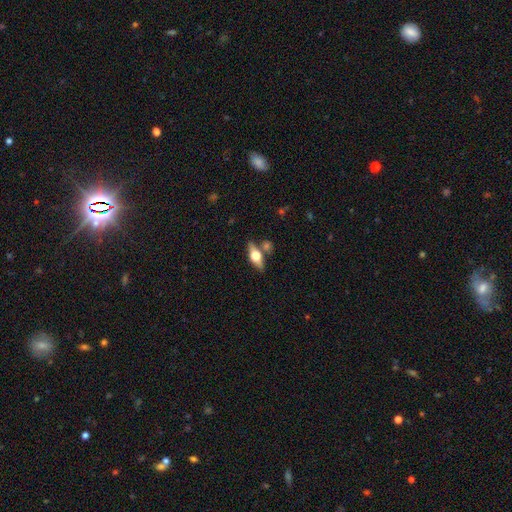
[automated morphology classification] Overall: featured or disk (54%; smooth 39%). Edge-on disk: yes (89%). Merging: none (72%).